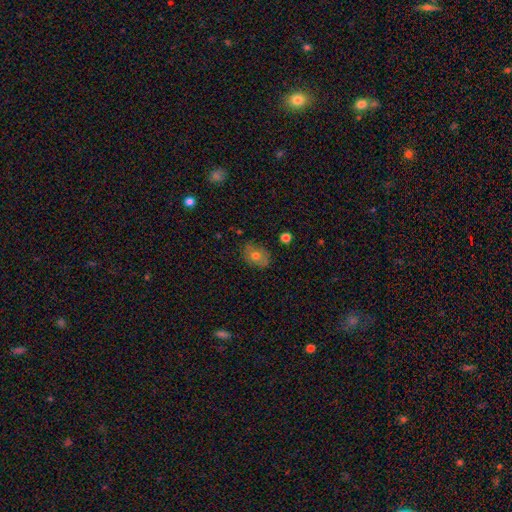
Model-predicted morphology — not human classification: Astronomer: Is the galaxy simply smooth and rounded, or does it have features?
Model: smooth — 68%.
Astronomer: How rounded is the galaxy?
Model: in between — 64%.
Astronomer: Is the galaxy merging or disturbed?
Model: none — 77%.